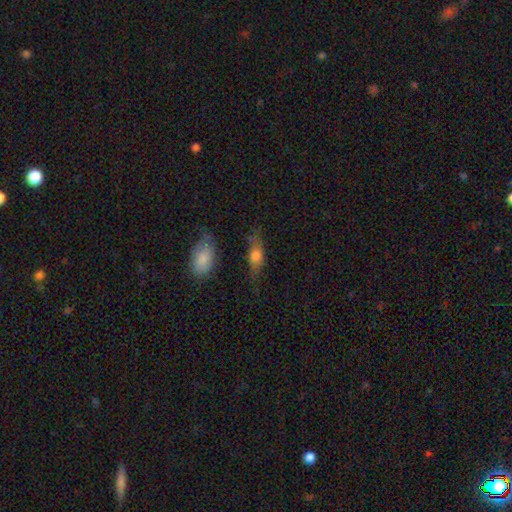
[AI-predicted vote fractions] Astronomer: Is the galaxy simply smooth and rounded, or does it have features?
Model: smooth — 61%.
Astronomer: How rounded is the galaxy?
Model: in between — 63%.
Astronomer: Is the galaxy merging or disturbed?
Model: none — 64%.